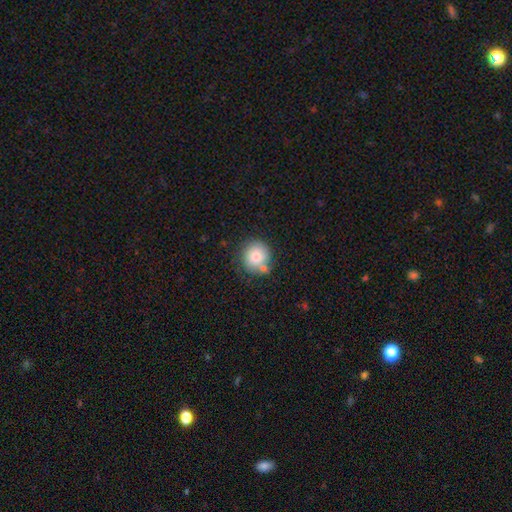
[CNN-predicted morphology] smooth_or_featured: smooth (p=0.79) [alt: featured or disk p=0.12]
how_rounded: round (p=0.90) [alt: in between p=0.09]
merging: none (p=0.67) [alt: minor disturbance p=0.15]